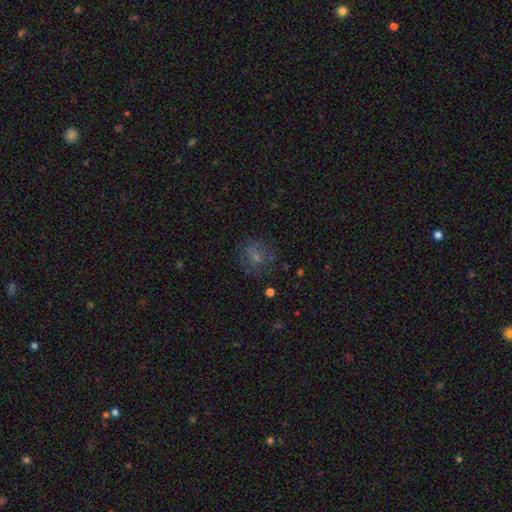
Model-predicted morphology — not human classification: smooth-or-featured: smooth: 64% | featured or disk: 21% | star or artifact: 16%
  how-rounded: round: 82% | in between: 17% | cigar-shaped: 1%
  merging: none: 68% | minor disturbance: 18% | major disturbance: 11% | merger: 3%